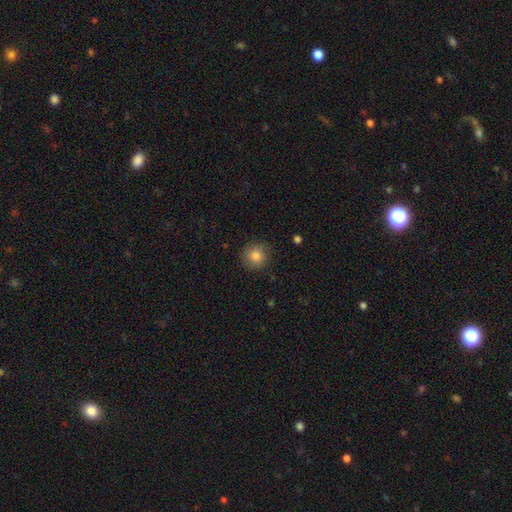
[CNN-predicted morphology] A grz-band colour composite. It shows a smooth galaxy with no disk features (84%) that is round (92%). Merging: none (85%).